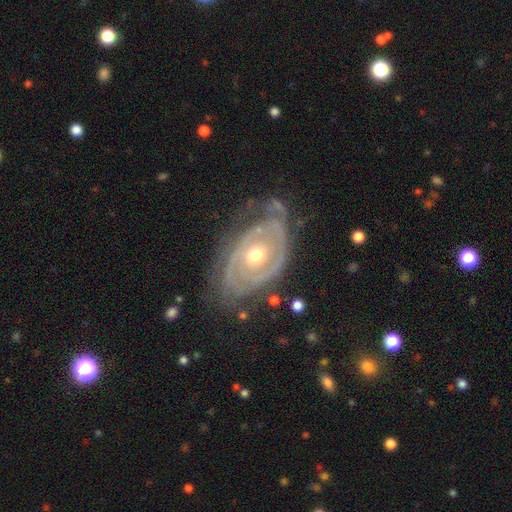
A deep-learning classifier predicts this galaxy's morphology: The model was most divided on "spiral arm count": 2: 38%, can't tell: 31%, 3: 14%, 1: 8%, 4: 5%, more than 4: 4%. More confident: edge-on disk — no (95%); spiral arms — yes (89%); smooth or featured — featured or disk (87%); bar — no (76%); spiral winding — tight (74%); bulge size — moderate (70%); merging — none (63%).